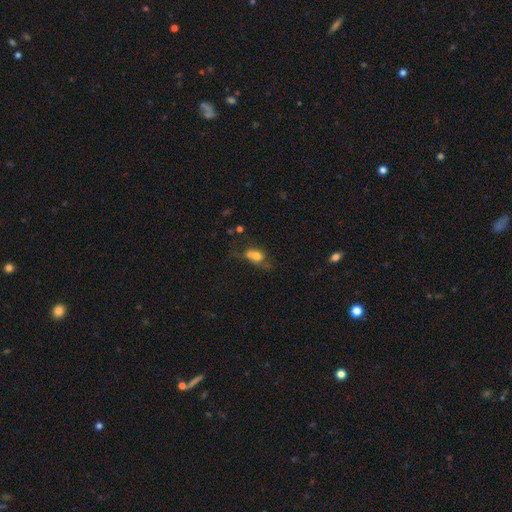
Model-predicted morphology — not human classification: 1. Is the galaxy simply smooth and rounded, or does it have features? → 67% smooth, 20% featured or disk, 13% star or artifact.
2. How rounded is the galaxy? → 56% round, 41% in between, 3% cigar-shaped.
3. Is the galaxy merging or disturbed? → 46% merger, 28% none, 14% minor disturbance, 11% major disturbance.